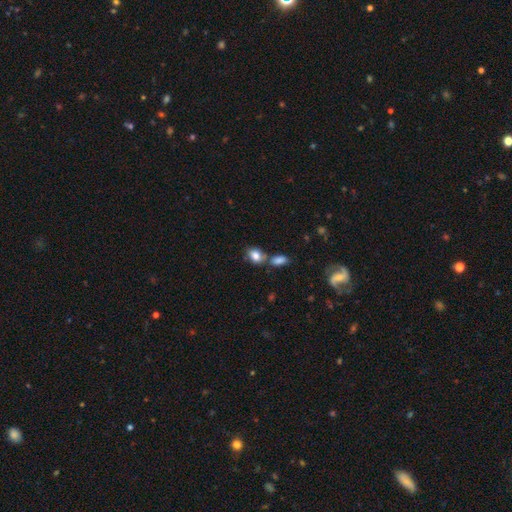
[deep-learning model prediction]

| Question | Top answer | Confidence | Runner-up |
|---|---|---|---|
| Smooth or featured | smooth | 83% | star or artifact (9%) |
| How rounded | in between | 76% | round (23%) |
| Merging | none | 47% | merger (34%) |